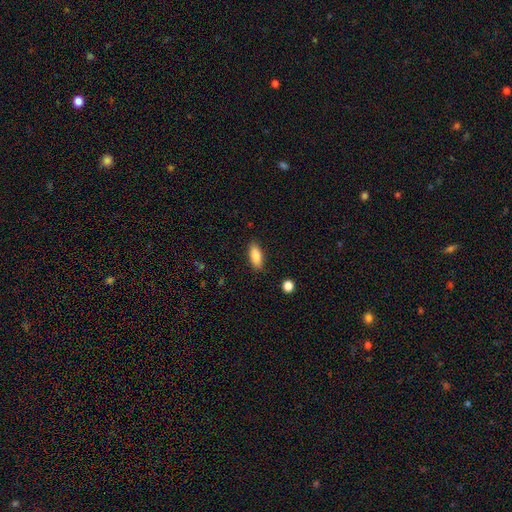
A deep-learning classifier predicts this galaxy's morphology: Smooth or featured: smooth — 85% (featured or disk — 8%)
How rounded: in between — 78% (cigar-shaped — 19%)
Merging: none — 87% (minor disturbance — 10%)